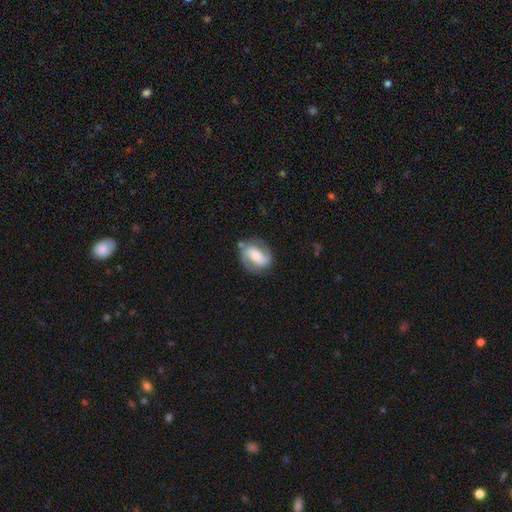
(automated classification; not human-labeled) featured or disk 77%, smooth 17%, star or artifact 5%. Down the decision tree: edge-on disk — no (97%); bar — strong (40%); spiral arms — yes (91%); spiral arm count — 2 (89%); spiral winding — medium (46%); bulge size — moderate (54%); merging — none (78%).